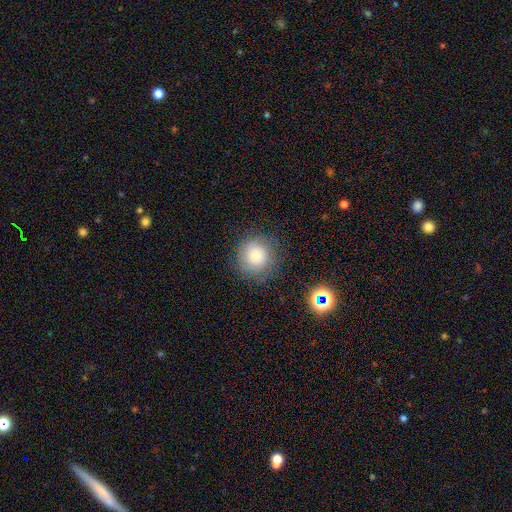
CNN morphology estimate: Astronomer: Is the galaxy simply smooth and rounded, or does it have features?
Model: smooth — 75%.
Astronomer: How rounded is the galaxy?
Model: round — 92%.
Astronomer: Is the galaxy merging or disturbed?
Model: none — 81%.